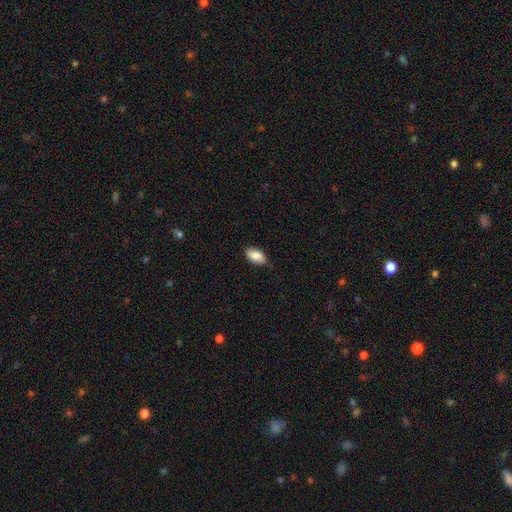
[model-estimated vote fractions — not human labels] Q: Smooth or featured?
A: smooth (86%); runner-up: featured or disk (7%)
Q: How rounded?
A: in between (94%); runner-up: round (4%)
Q: Merging?
A: none (79%); runner-up: minor disturbance (17%)